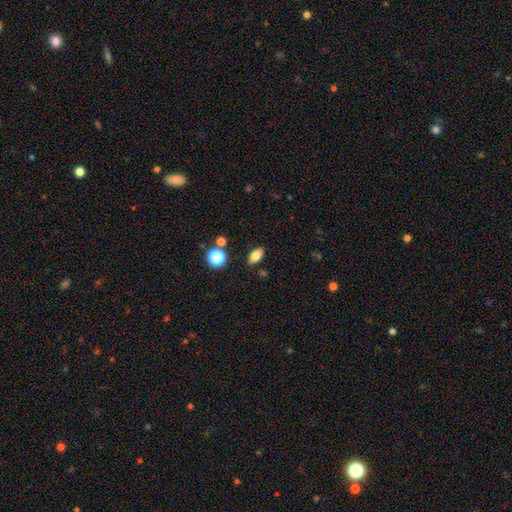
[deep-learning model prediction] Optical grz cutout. It shows a smooth galaxy with no disk features (77%) that is in between round and cigar-shaped (84%). Merging: none (85%).